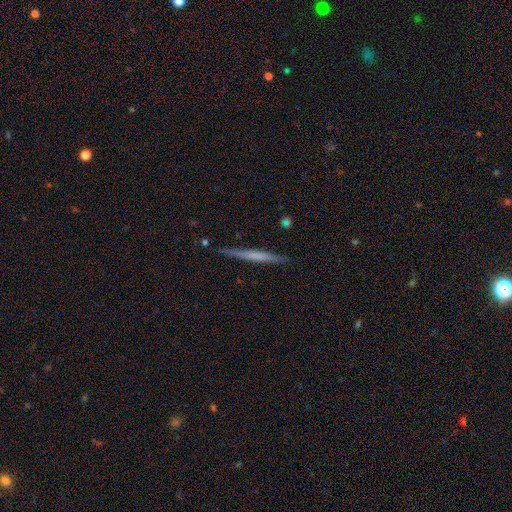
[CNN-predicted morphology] A featured or disk galaxy (50%) viewed edge-on (97%).

Vote fractions:
- Smooth or featured? featured or disk: 50% / smooth: 44% / star or artifact: 6%
- Edge-on disk? yes: 97% / no: 3%
- Merging? none: 89% / minor disturbance: 8% / major disturbance: 2% / merger: 1%